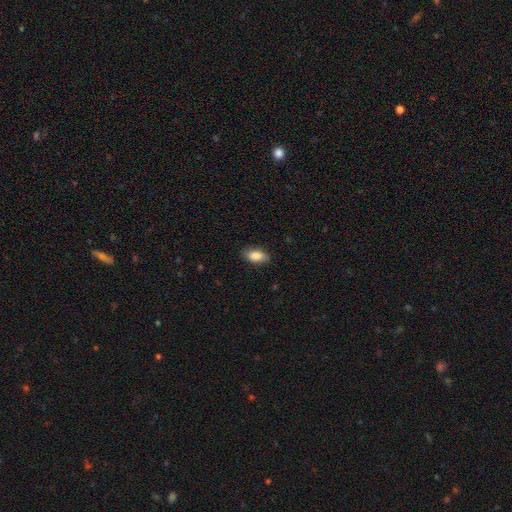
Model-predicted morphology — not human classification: smooth_or_featured: smooth (p=0.85) [alt: featured or disk p=0.08]
how_rounded: in between (p=0.91) [alt: round p=0.05]
merging: none (p=0.84) [alt: minor disturbance p=0.13]